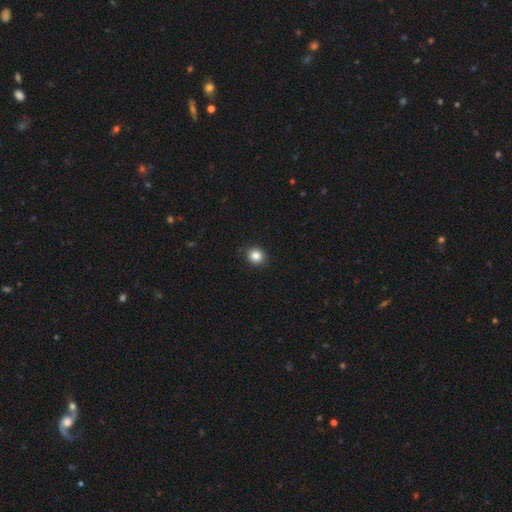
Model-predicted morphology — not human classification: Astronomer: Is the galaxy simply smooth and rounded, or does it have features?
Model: smooth — 85%.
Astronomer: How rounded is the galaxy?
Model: round — 86%.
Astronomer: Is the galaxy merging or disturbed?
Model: none — 91%.